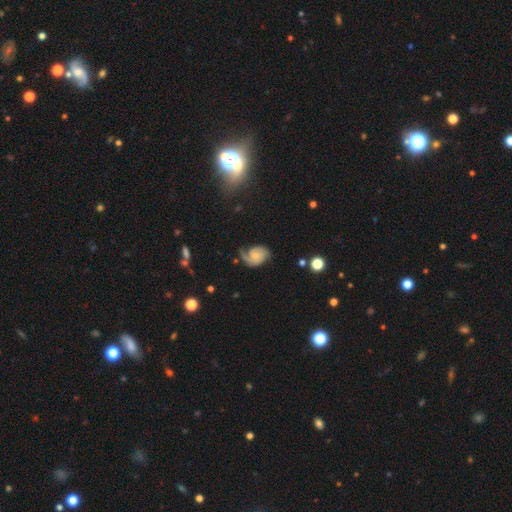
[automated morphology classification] A featured or disk galaxy (71%) with no bar (71%), 2 (52%) medium (40%) spiral arms (93%) and a small central bulge (56%). Merging: none (50%).